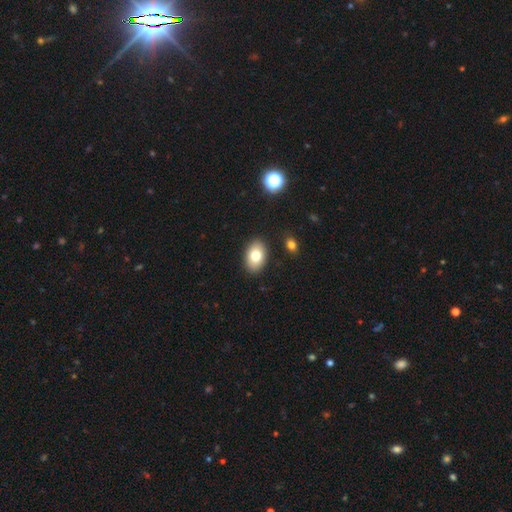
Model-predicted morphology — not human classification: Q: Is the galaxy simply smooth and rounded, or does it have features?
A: smooth — 78%.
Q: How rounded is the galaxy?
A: in between — 86%.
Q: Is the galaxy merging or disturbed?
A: none — 88%.